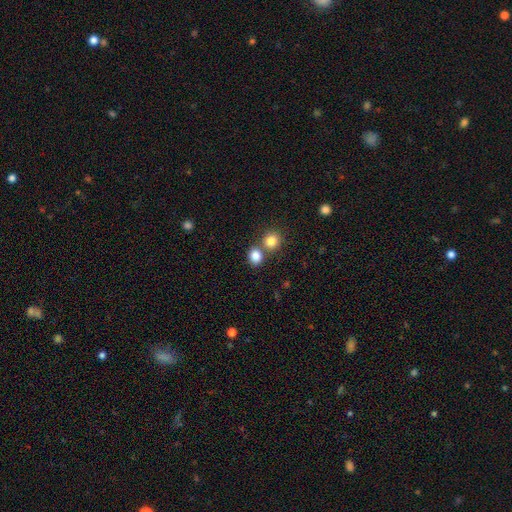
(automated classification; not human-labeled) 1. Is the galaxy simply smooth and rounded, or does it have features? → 83% smooth, 11% star or artifact, 6% featured or disk.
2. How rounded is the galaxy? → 70% round, 29% in between, 1% cigar-shaped.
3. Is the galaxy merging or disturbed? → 58% none, 32% merger, 8% minor disturbance, 3% major disturbance.